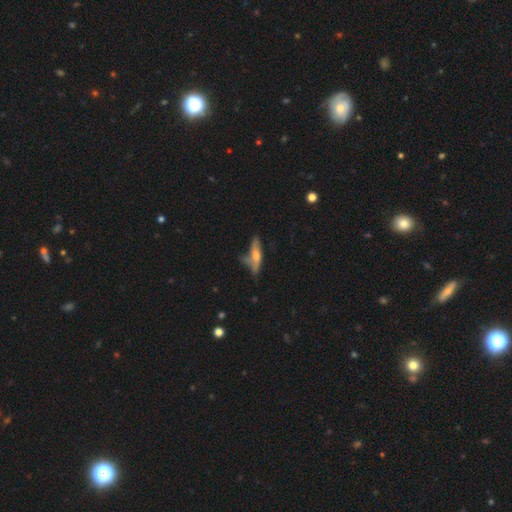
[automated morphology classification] type=featured or disk (53%); edge-on=yes (66%); merging=none (46%).